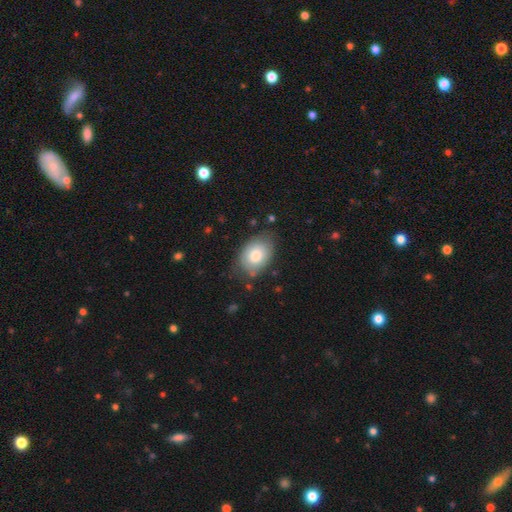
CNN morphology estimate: Overall: smooth (78%). How rounded: in between (79%). Merging: none (71%).